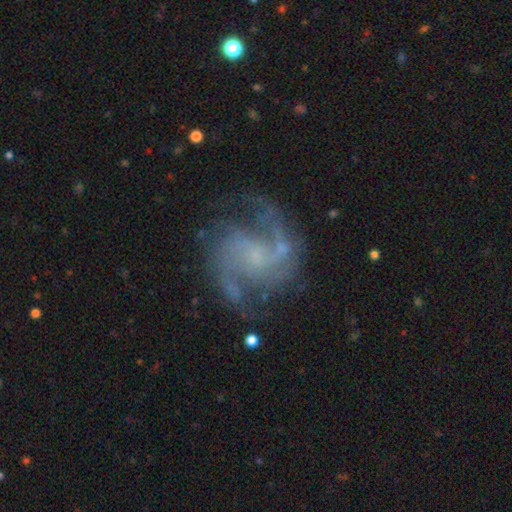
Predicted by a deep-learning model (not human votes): This is clearly a featured or disk galaxy (89%). It is clearly not viewed edge-on (98%). Bar: possibly no (49%). Spiral arm pattern: clearly yes (97%). Spiral arm count: likely 2 (78%). Spiral winding: possibly medium (57%). Central bulge: possibly small (57%). Merging: likely none (72%).